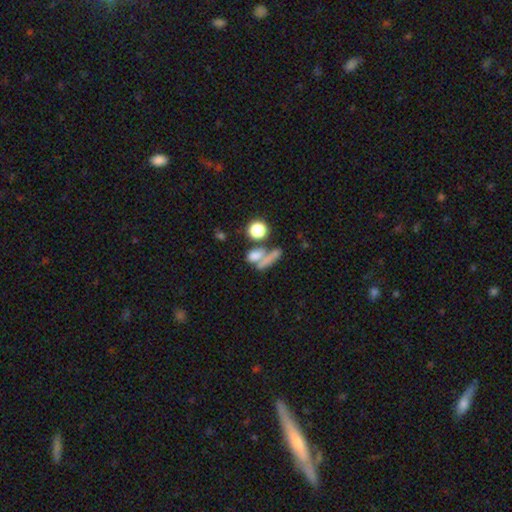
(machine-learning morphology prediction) Smooth or featured: smooth — 70% (featured or disk — 16%)
How rounded: in between — 45% (round — 34%)
Merging: merger — 40% (tied with none — 40%)